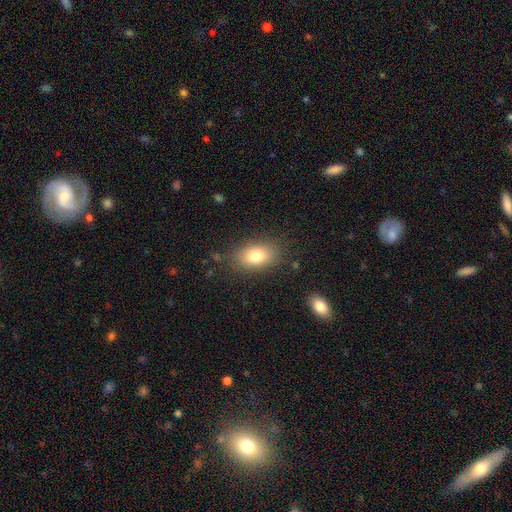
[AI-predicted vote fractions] Smooth or featured? Predicted: smooth (p=0.78). How rounded? Predicted: in between (p=0.84). Merging? Predicted: none (p=0.83).